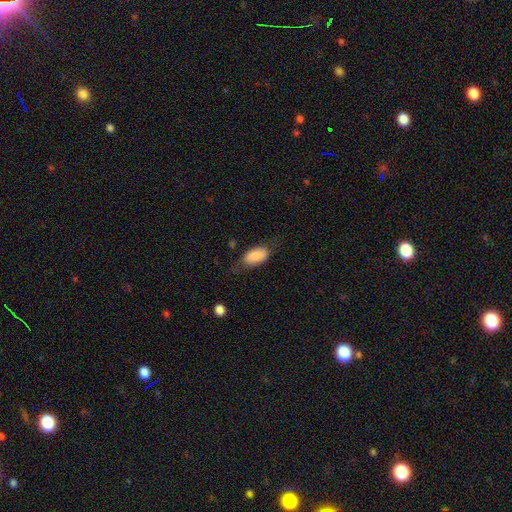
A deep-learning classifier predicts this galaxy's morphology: A smooth galaxy with no disk features (82%) that is in between round and cigar-shaped (92%). Merging: none (56%).